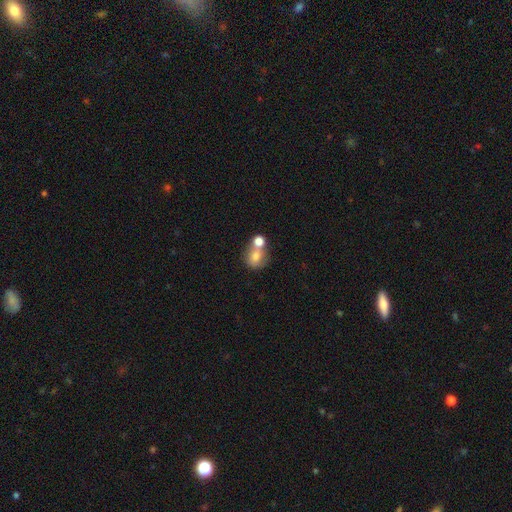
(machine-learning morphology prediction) type=smooth (74%); roundness=round (71%); merging=merger (51%).